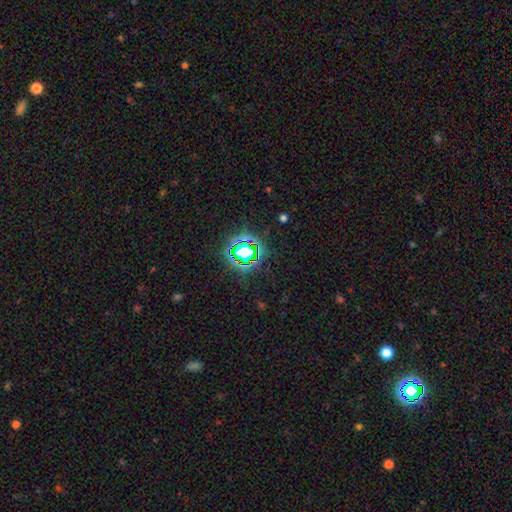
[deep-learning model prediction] smooth_or_featured: star or artifact (p=0.76) [alt: smooth p=0.15]